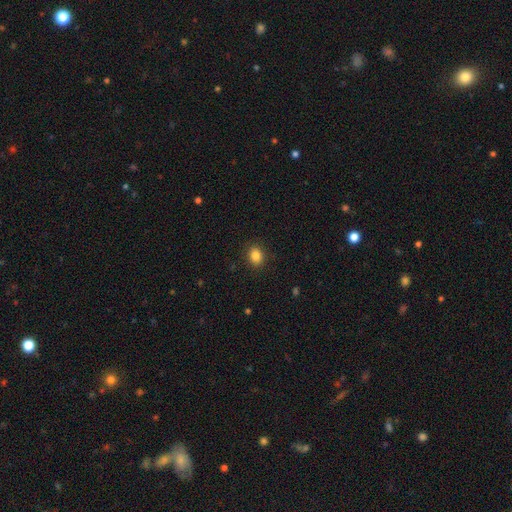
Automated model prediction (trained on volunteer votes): Q: Smooth or featured?
A: smooth (85%); runner-up: star or artifact (10%)
Q: How rounded?
A: round (50%); runner-up: in between (49%)
Q: Merging?
A: none (89%); runner-up: minor disturbance (7%)